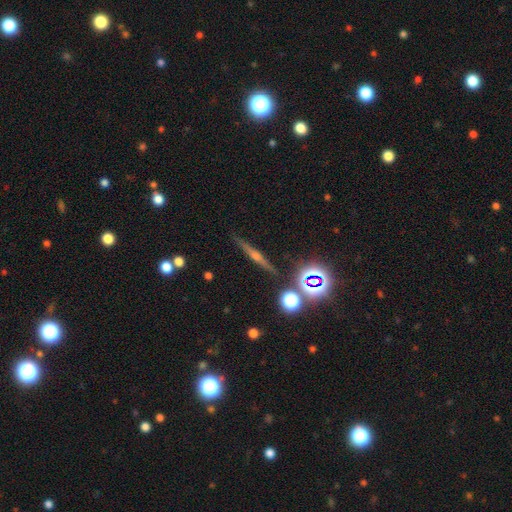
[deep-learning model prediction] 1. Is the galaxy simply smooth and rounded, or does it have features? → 64% featured or disk, 19% smooth, 17% star or artifact.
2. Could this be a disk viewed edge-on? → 96% yes, 4% no.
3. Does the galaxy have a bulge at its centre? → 79% rounded, 12% none, 9% boxy.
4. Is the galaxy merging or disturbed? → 89% none, 7% minor disturbance, 2% merger, 2% major disturbance.